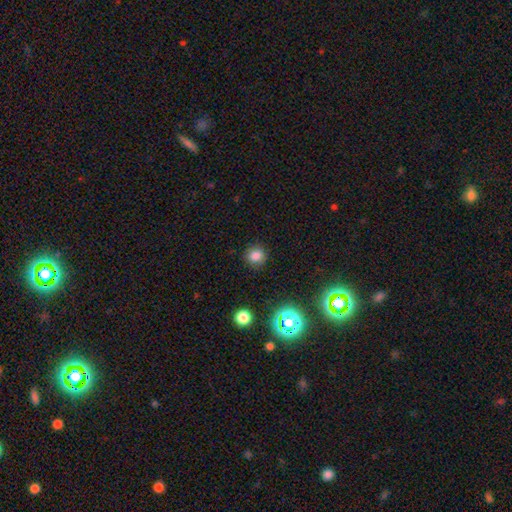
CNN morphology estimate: smooth-or-featured: smooth: 79% | star or artifact: 16% | featured or disk: 5%
  how-rounded: round: 85% | in between: 14% | cigar-shaped: 1%
  merging: none: 88% | minor disturbance: 8% | major disturbance: 3% | merger: 1%